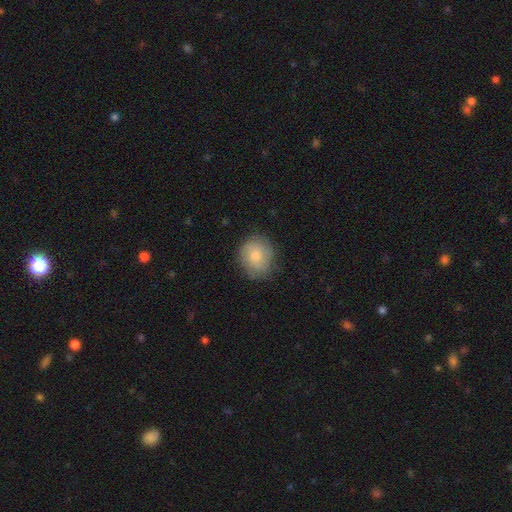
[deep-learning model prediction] Q: Smooth or featured?
A: smooth (68%); runner-up: featured or disk (25%)
Q: How rounded?
A: round (79%); runner-up: in between (20%)
Q: Merging?
A: none (74%); runner-up: minor disturbance (19%)